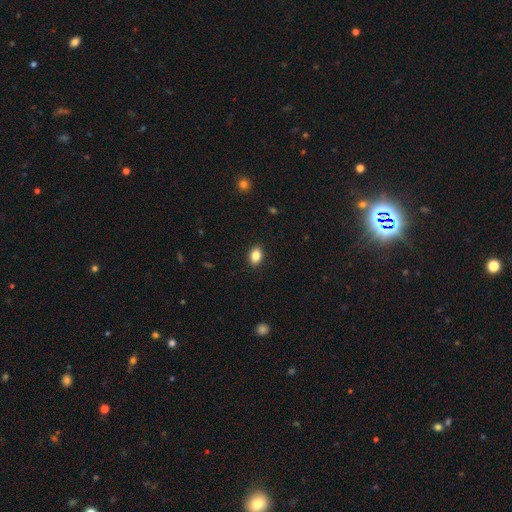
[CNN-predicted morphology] A smooth galaxy with no disk features (86%) that is in between round and cigar-shaped (78%).

Vote fractions:
- Smooth or featured? smooth: 86% / star or artifact: 9% / featured or disk: 5%
- How rounded? in between: 78% / round: 21% / cigar-shaped: 1%
- Merging? none: 90% / minor disturbance: 7% / major disturbance: 2% / merger: 1%